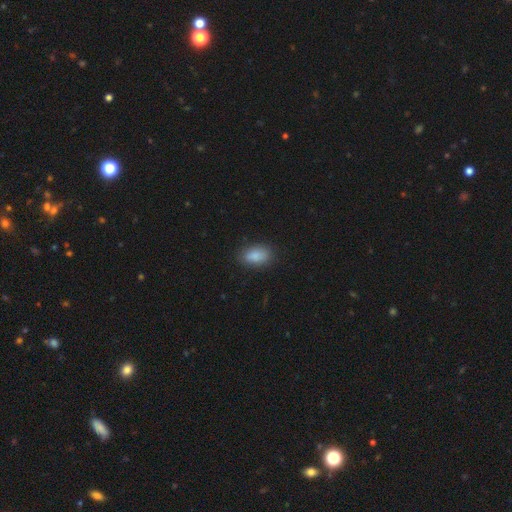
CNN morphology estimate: This appears to be a smooth galaxy with no disk features (87%) that is in between round and cigar-shaped (90%). Merging: none (84%).